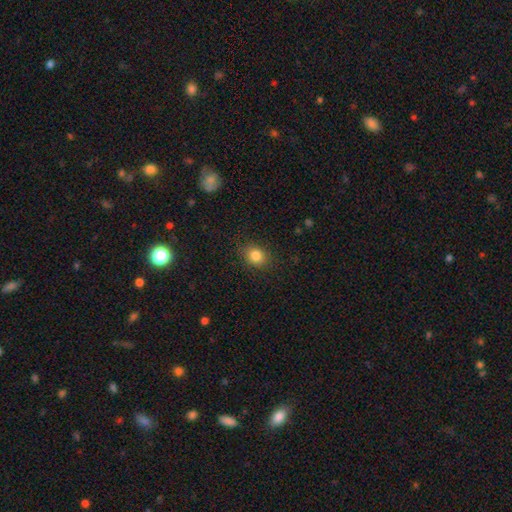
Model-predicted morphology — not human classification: The model was most divided on "how rounded": round: 58%, in between: 41%, cigar-shaped: 1%. More confident: merging — none (86%); smooth or featured — smooth (84%).